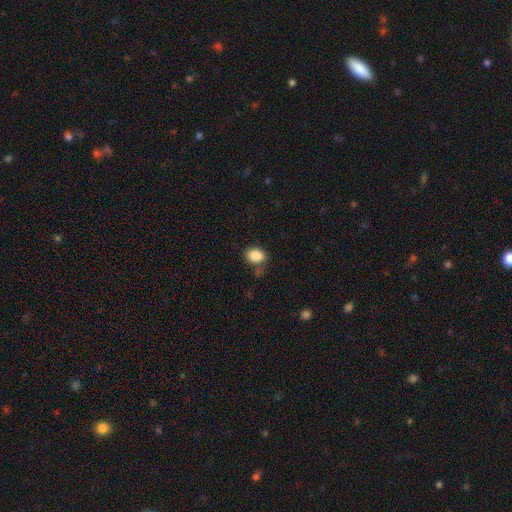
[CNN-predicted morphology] This is clearly a smooth galaxy (87%). How rounded: likely in between (67%). Merging: likely none (74%).